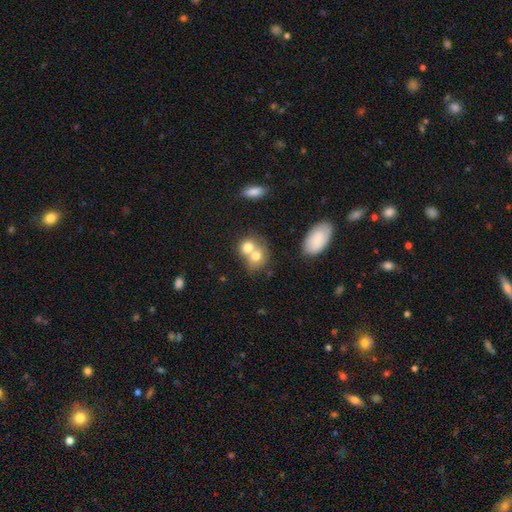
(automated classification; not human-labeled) Smooth or featured: smooth — 70% (featured or disk — 21%)
How rounded: round — 62% (in between — 37%)
Merging: merger — 66% (none — 24%)